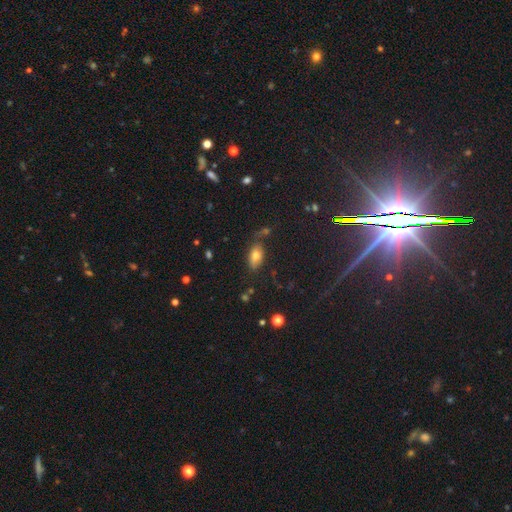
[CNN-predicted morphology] Overall: smooth (73%). How rounded: in between (89%). Merging: none (68%).